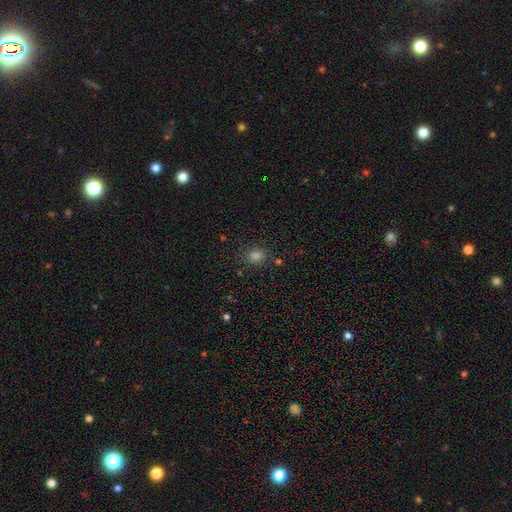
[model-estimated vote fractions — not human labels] Smooth or featured?
  - smooth: 75% *
  - star or artifact: 20%
  - featured or disk: 5%
How rounded?
  - round: 72% *
  - in between: 27%
  - cigar-shaped: 1%
Merging?
  - none: 84% *
  - minor disturbance: 10%
  - merger: 3%
  - major disturbance: 3%